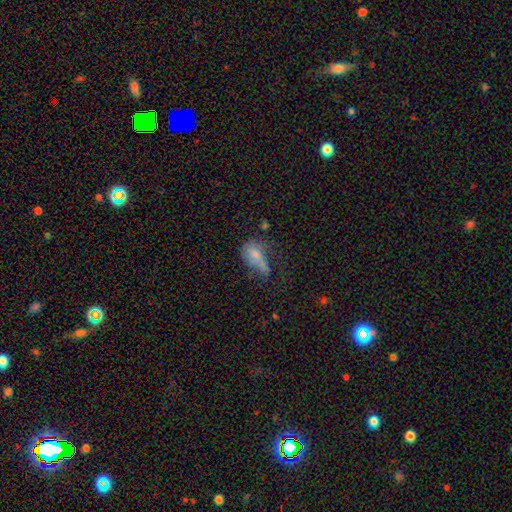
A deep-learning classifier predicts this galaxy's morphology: Smooth or featured? smooth (61%)
How rounded? in between (82%)
Merging? major disturbance (41%)